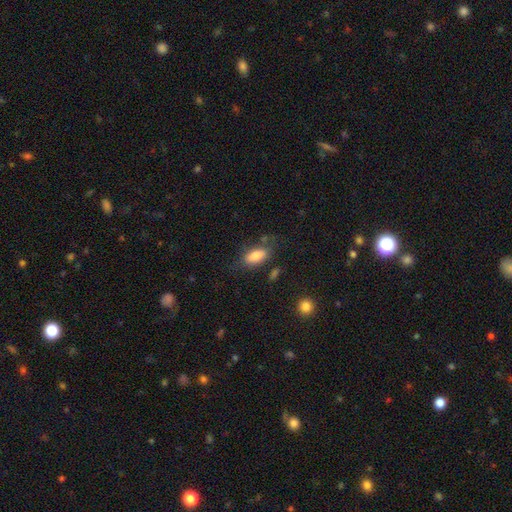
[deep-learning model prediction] Morphology: type=smooth (81%); roundness=in between (86%); merging=none (66%).